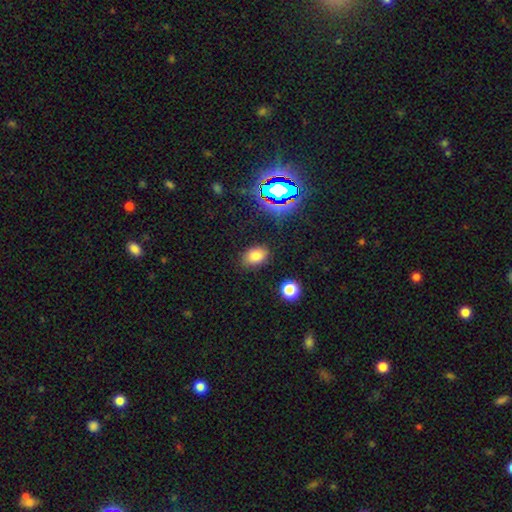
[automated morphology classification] smooth 75%, star or artifact 17%, featured or disk 8%. Down the decision tree: how rounded — in between (81%); merging — none (81%).